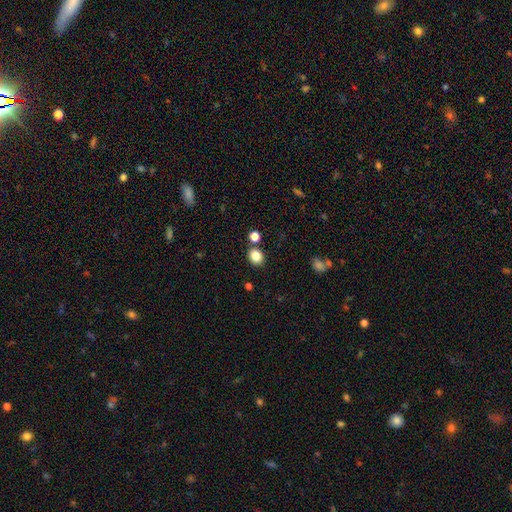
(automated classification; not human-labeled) Smooth or featured? Predicted: smooth (p=0.85). How rounded? Predicted: round (p=0.65). Merging? Predicted: none (p=0.81).